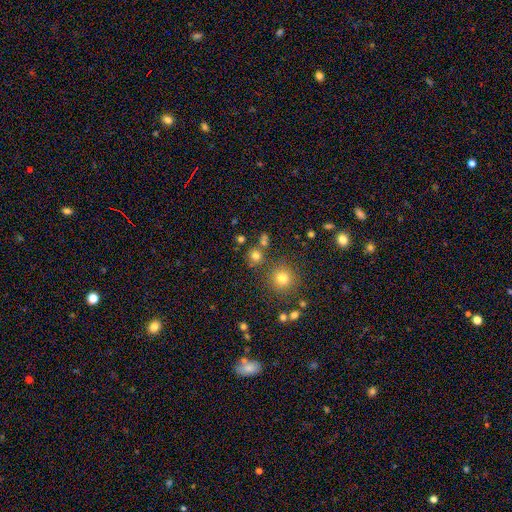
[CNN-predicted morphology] Smooth or featured: smooth — 73% (star or artifact — 19%)
How rounded: round — 89% (in between — 10%)
Merging: none — 73% (merger — 15%)